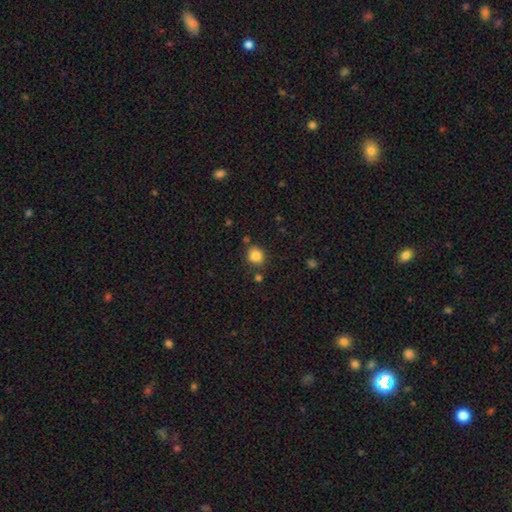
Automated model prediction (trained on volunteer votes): smooth-or-featured: smooth: 83% | star or artifact: 11% | featured or disk: 6%
  how-rounded: round: 74% | in between: 25% | cigar-shaped: 1%
  merging: none: 79% | minor disturbance: 11% | merger: 7% | major disturbance: 3%